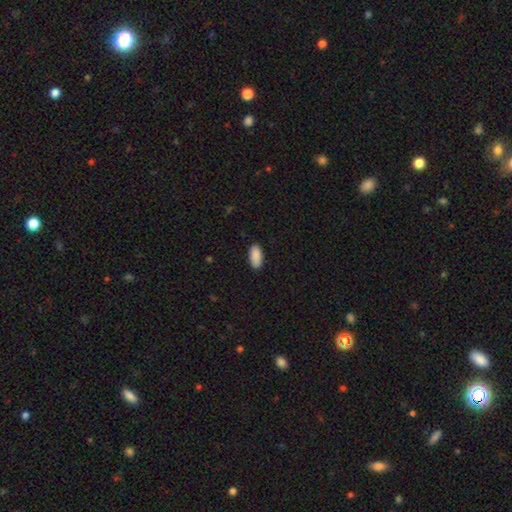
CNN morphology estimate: Q: Smooth or featured?
A: smooth (90%); runner-up: star or artifact (6%)
Q: How rounded?
A: in between (92%); runner-up: cigar-shaped (6%)
Q: Merging?
A: none (86%); runner-up: minor disturbance (11%)